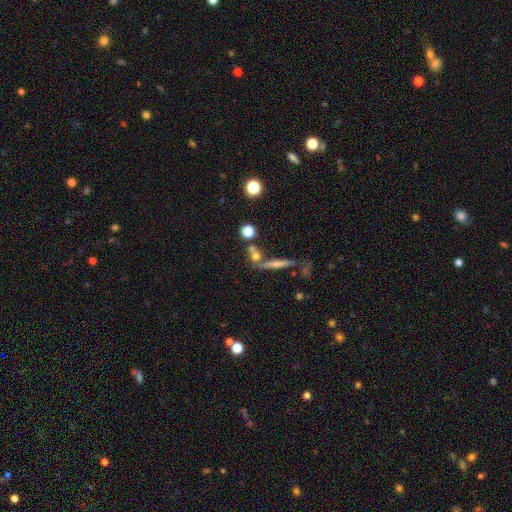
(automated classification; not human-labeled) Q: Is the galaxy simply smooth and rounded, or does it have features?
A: smooth — 59%.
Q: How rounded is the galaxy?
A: round — 49%.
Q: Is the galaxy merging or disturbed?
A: none — 53%.